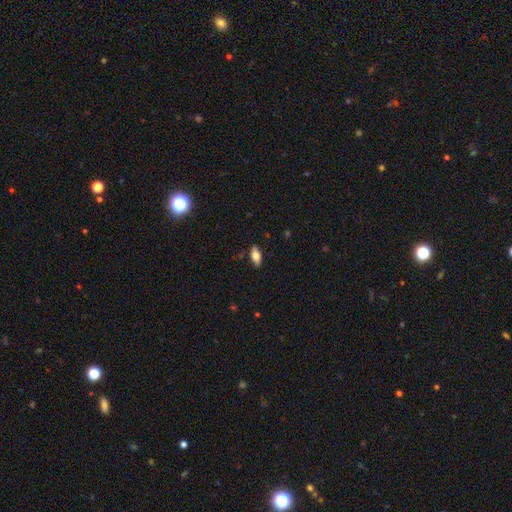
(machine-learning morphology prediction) The model was most divided on "smooth or featured": smooth: 68%, featured or disk: 25%, star or artifact: 7%. More confident: merging — none (88%); how rounded — in between (83%).